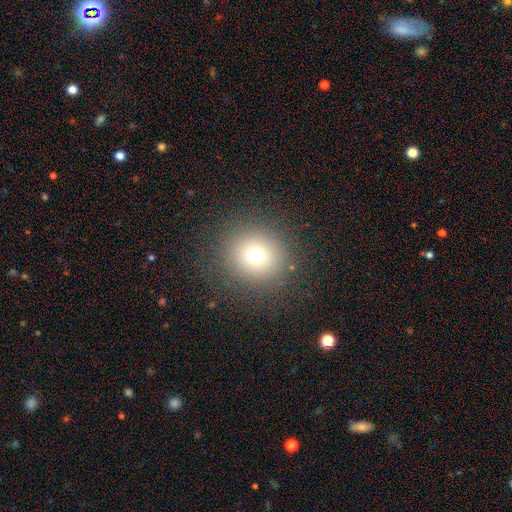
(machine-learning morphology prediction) This is likely a smooth galaxy (71%). How rounded: clearly round (90%). Merging: clearly none (87%).